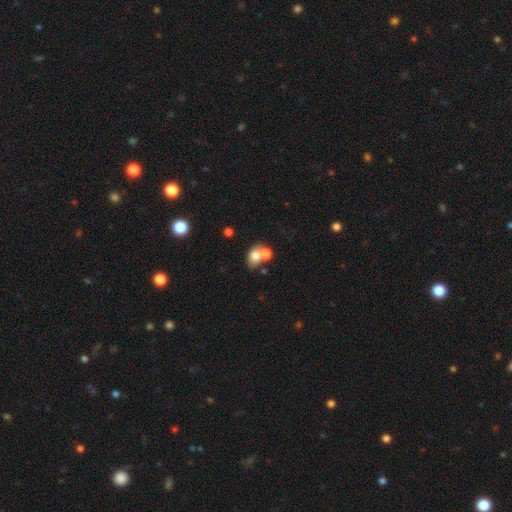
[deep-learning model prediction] The model was most divided on "how rounded": in between: 60%, round: 39%, cigar-shaped: 1%. More confident: smooth or featured — smooth (74%); merging — merger (55%).